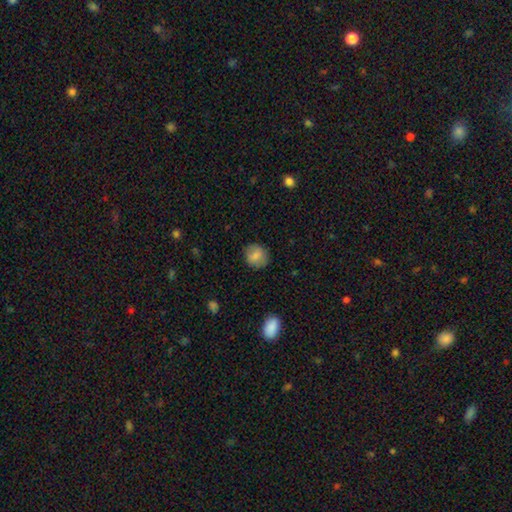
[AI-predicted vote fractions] Smooth or featured? smooth (82%)
How rounded? round (78%)
Merging? none (83%)